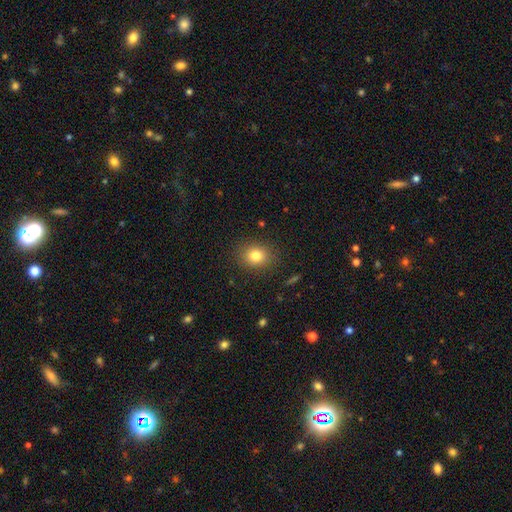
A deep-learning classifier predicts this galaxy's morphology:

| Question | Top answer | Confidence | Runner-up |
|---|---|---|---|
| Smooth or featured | smooth | 80% | star or artifact (12%) |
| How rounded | round | 62% | in between (37%) |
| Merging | none | 87% | minor disturbance (9%) |